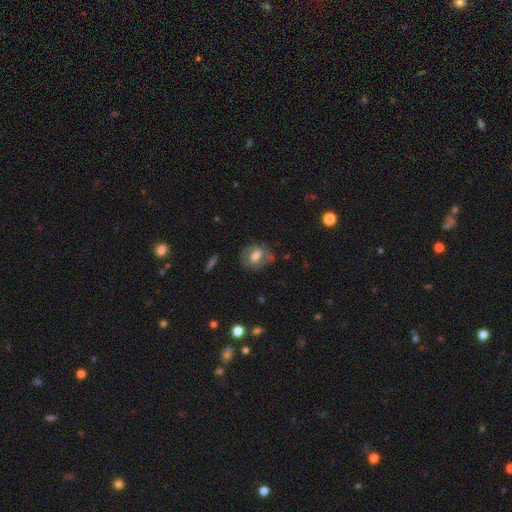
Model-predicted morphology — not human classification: Smooth or featured? Predicted: smooth (p=0.50). Merging? Predicted: none (p=0.66).